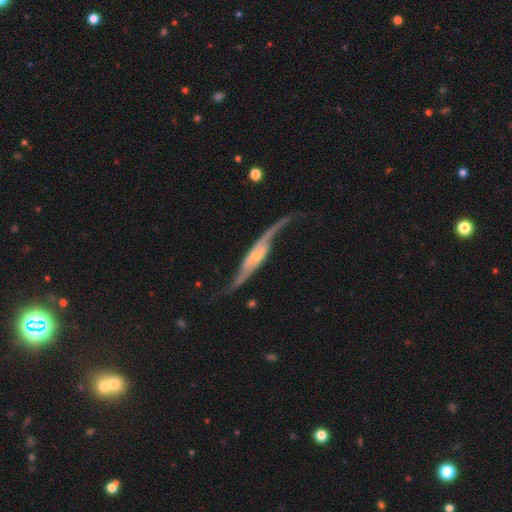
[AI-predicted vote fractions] Morphology: type=featured or disk (85%); edge-on=no (61%); bar=no (53%); spiral arms=yes (92%); bulge=small (66%); merging=none (59%).